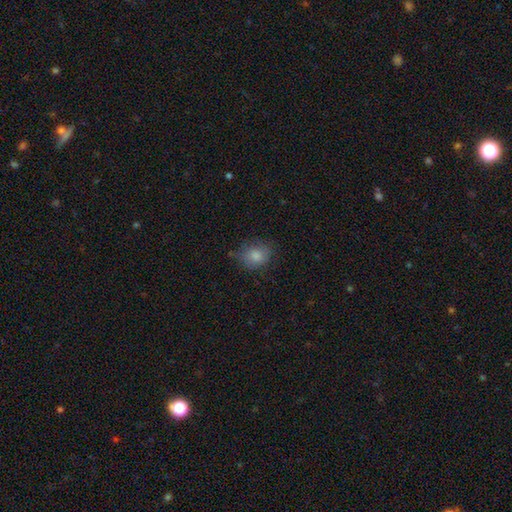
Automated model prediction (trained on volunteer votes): smooth_or_featured: smooth (p=0.83) [alt: star or artifact p=0.09]
how_rounded: round (p=0.62) [alt: in between p=0.37]
merging: none (p=0.68) [alt: minor disturbance p=0.24]